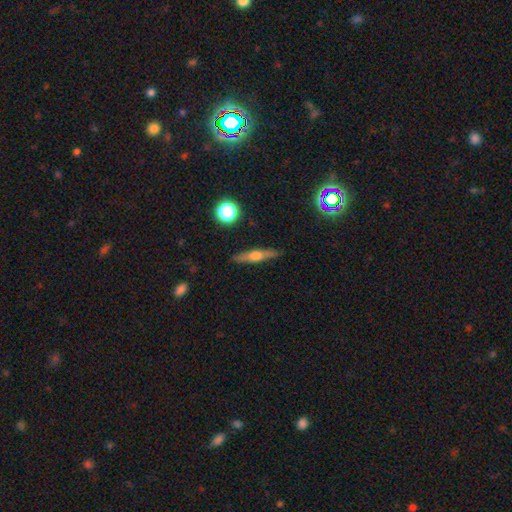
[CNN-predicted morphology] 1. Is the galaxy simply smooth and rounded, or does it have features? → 56% featured or disk, 37% smooth, 8% star or artifact.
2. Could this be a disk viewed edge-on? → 94% yes, 6% no.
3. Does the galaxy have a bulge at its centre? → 88% rounded, 6% boxy, 6% none.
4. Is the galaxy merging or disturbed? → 88% none, 9% minor disturbance, 2% major disturbance, 1% merger.